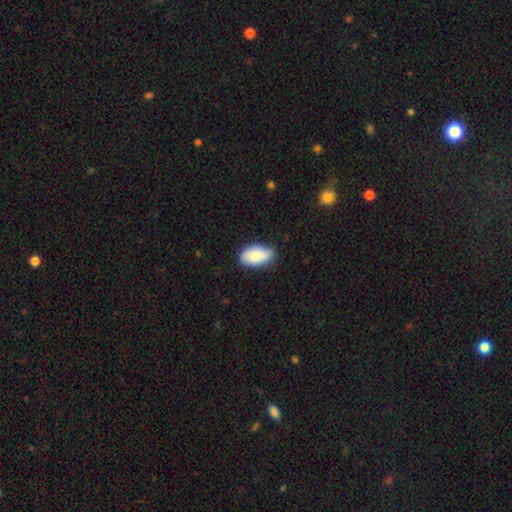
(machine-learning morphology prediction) Overall: smooth (80%). How rounded: in between (93%). Merging: none (74%).